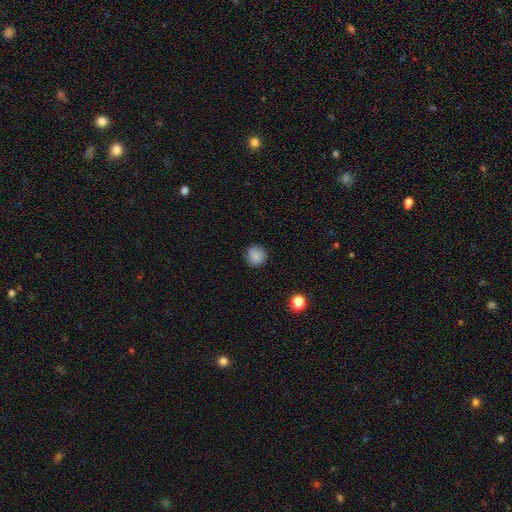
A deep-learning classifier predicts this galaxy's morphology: smooth_or_featured: smooth (p=0.87) [alt: star or artifact p=0.10]
how_rounded: round (p=0.90) [alt: in between p=0.09]
merging: none (p=0.86) [alt: minor disturbance p=0.10]